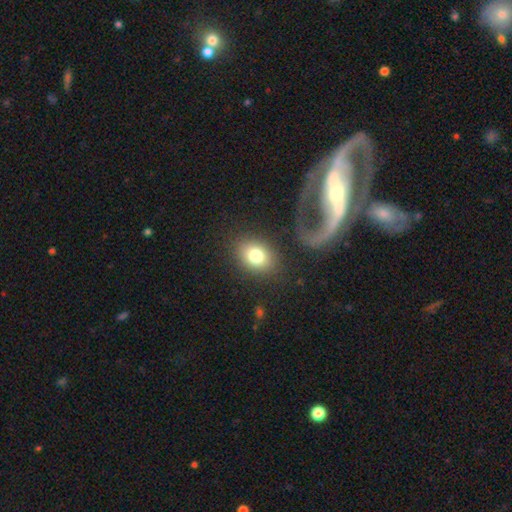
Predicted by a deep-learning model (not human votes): Smooth or featured? smooth (77%)
How rounded? in between (59%)
Merging? none (81%)